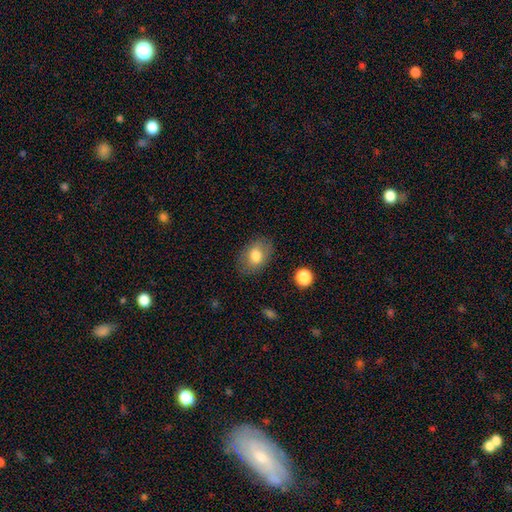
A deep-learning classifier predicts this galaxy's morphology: The model was most divided on "how rounded": in between: 79%, round: 19%, cigar-shaped: 1%. More confident: merging — none (81%); smooth or featured — smooth (76%).